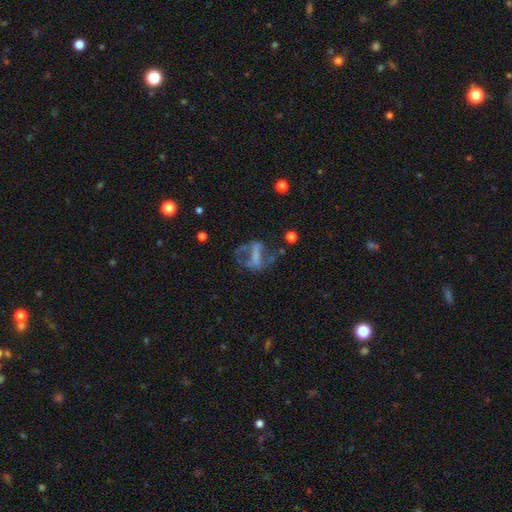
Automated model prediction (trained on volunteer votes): A featured or disk galaxy (60%) with a strong bar (40%), no spiral arms (62%) and no central bulge (62%).

Vote fractions:
- Smooth or featured? featured or disk: 60% / smooth: 25% / star or artifact: 14%
- Edge-on disk? no: 94% / yes: 6%
- Bar? strong: 40% / no: 35% / weak: 25%
- Spiral arms? no: 62% / yes: 38%
- Bulge size? none: 62% / small: 16% / moderate: 13% / large: 7% / dominant: 2%
- Merging? major disturbance: 40% / none: 36% / minor disturbance: 18% / merger: 7%